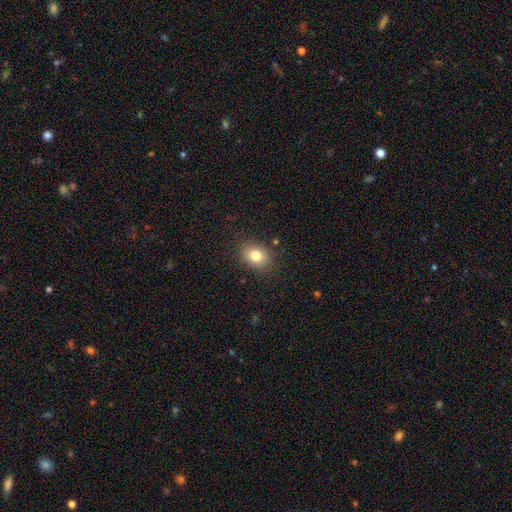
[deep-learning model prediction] Q: Smooth or featured?
A: smooth (80%); runner-up: star or artifact (10%)
Q: How rounded?
A: in between (63%); runner-up: round (36%)
Q: Merging?
A: none (85%); runner-up: minor disturbance (10%)